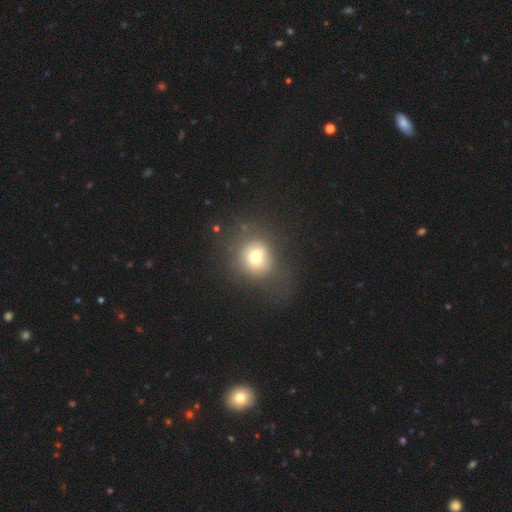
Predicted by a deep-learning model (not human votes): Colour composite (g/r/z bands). It shows a smooth galaxy with no disk features (64%) that is round (73%). Merging: none (48%).